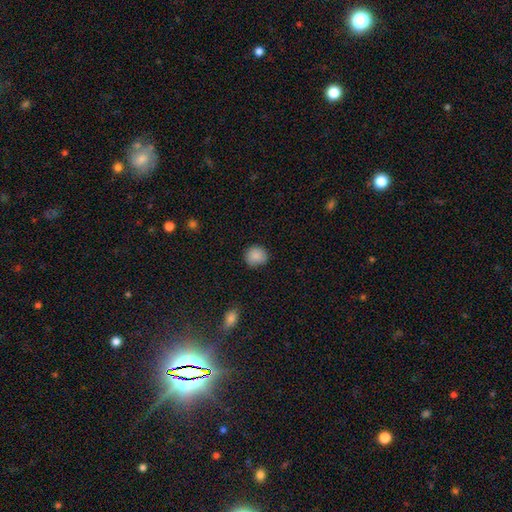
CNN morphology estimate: A smooth galaxy with no disk features (88%) that is round (86%). Merging: none (83%).